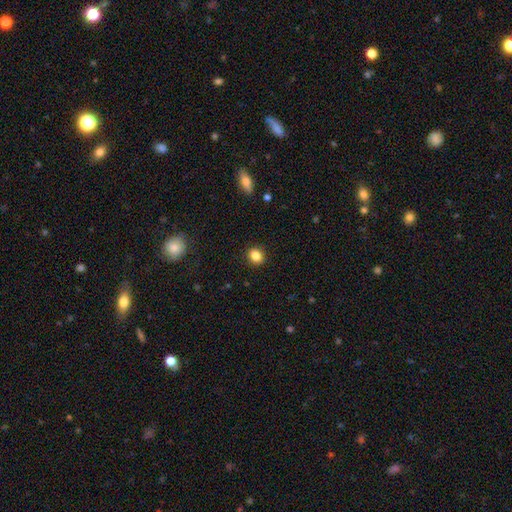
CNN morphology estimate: Smooth or featured: smooth — 85% (star or artifact — 10%)
How rounded: round — 63% (in between — 36%)
Merging: none — 90% (minor disturbance — 7%)